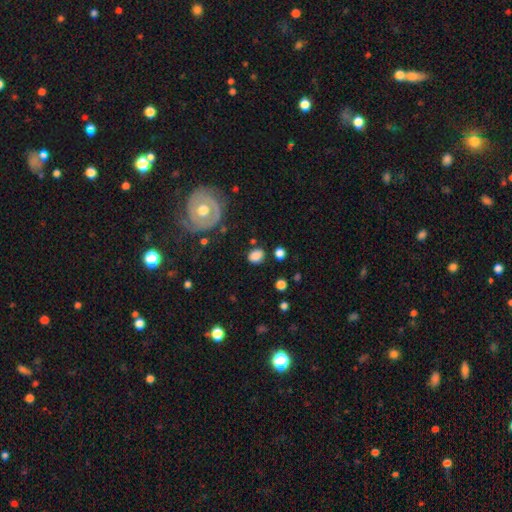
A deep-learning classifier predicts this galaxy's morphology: The model was most divided on "how rounded": in between: 61%, round: 37%, cigar-shaped: 1%. More confident: smooth or featured — smooth (80%); merging — none (77%).